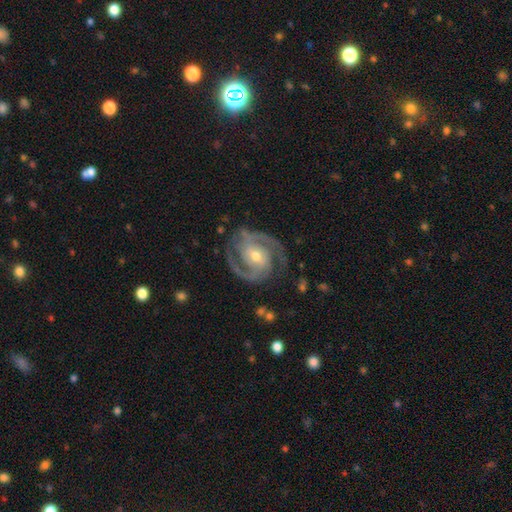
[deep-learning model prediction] Smooth or featured? featured or disk (93%)
Edge-on disk? no (98%)
Bar? no (43%)
Spiral arms? yes (98%)
Spiral winding? medium (47%, tied with tight)
Spiral arm count? 2 (84%)
Bulge size? moderate (58%)
Merging? none (80%)